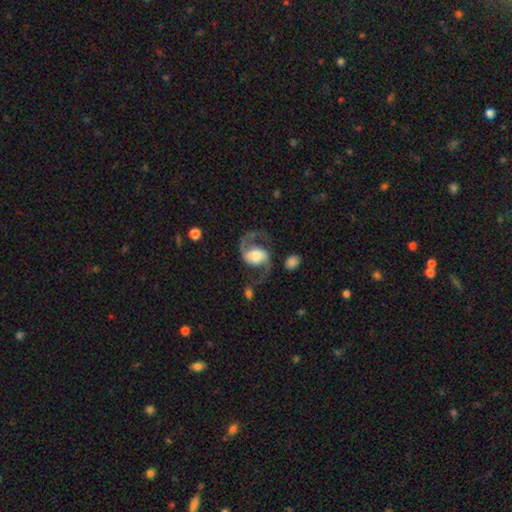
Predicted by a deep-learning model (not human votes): The model was most divided on "bar": no: 39%, weak: 37%, strong: 24%. Remaining: edge-on disk — no (98%); spiral arms — yes (96%); spiral arm count — 2 (93%); smooth or featured — featured or disk (87%); merging — none (70%); spiral winding — loose (51%); bulge size — moderate (41%).